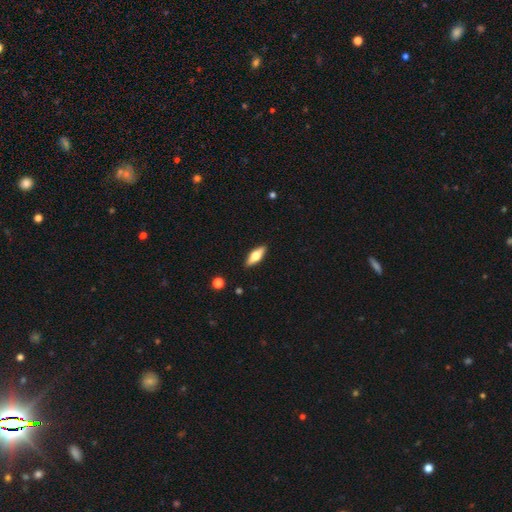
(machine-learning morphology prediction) smooth_or_featured: smooth (p=0.54) [alt: featured or disk p=0.40]
how_rounded: in between (p=0.60) [alt: cigar-shaped p=0.37]
merging: none (p=0.89) [alt: minor disturbance p=0.08]